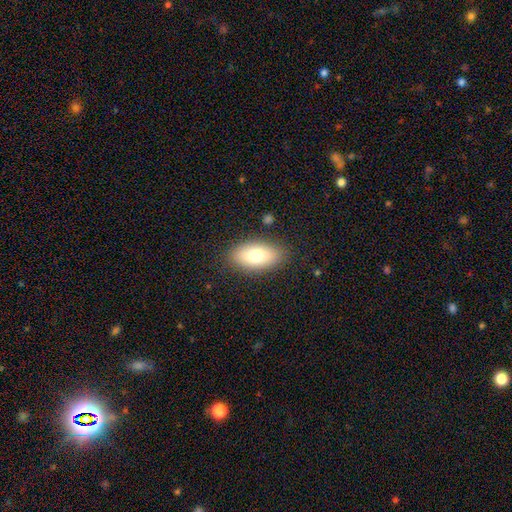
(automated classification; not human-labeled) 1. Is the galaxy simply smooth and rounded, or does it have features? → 77% smooth, 16% featured or disk, 8% star or artifact.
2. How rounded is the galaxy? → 91% in between, 5% round, 4% cigar-shaped.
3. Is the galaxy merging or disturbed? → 85% none, 11% minor disturbance, 3% major disturbance, 1% merger.